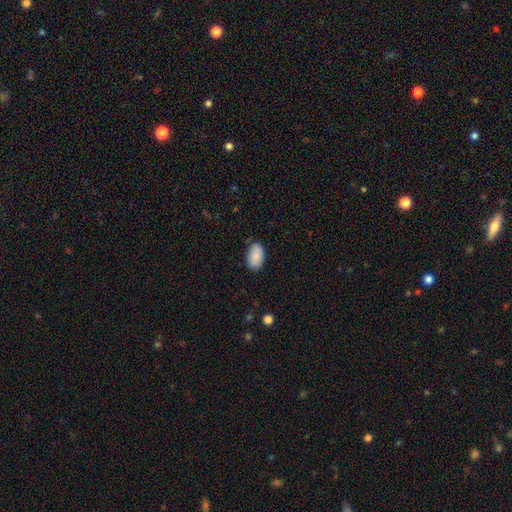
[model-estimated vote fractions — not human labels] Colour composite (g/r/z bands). It shows a smooth galaxy with no disk features (87%) that is in between round and cigar-shaped (94%). Merging: none (83%).